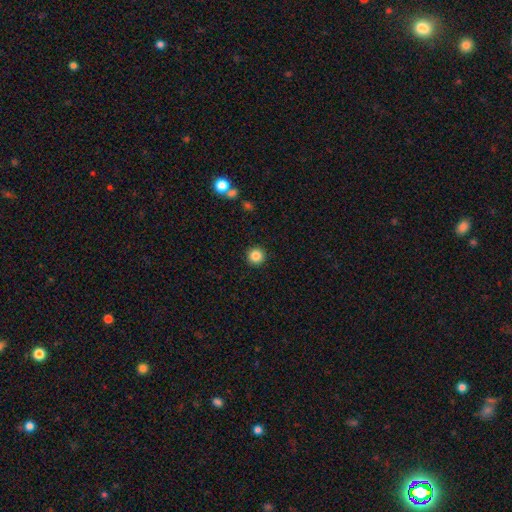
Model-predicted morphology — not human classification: Smooth or featured? Predicted: smooth (p=0.86). How rounded? Predicted: round (p=0.96). Merging? Predicted: none (p=0.93).